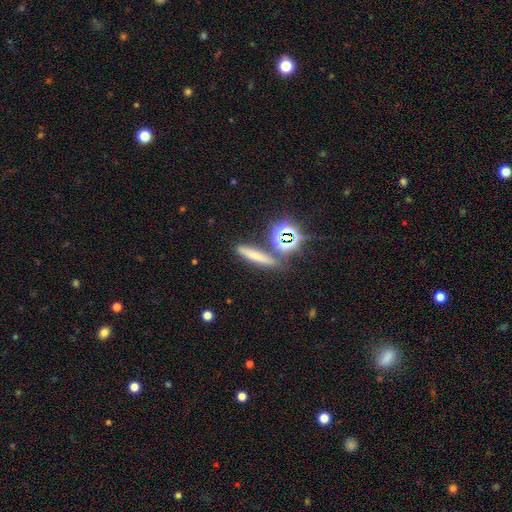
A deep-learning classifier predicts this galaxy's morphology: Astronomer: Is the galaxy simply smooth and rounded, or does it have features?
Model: smooth — 58%.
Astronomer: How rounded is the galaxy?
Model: cigar-shaped — 77%.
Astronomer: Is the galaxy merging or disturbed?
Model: none — 80%.